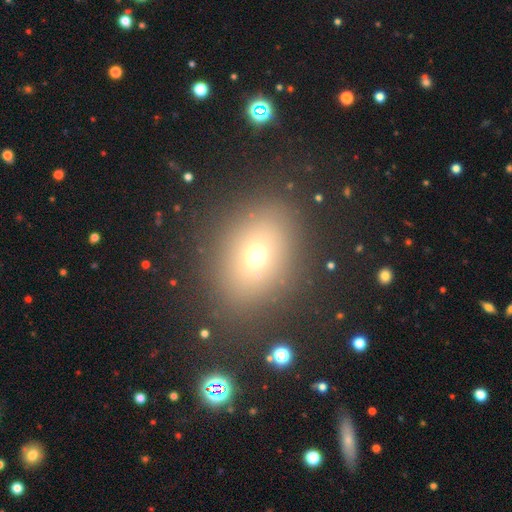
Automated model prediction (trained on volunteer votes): Smooth or featured: smooth — 64% (star or artifact — 22%)
How rounded: in between — 54% (round — 44%)
Merging: none — 83% (minor disturbance — 9%)